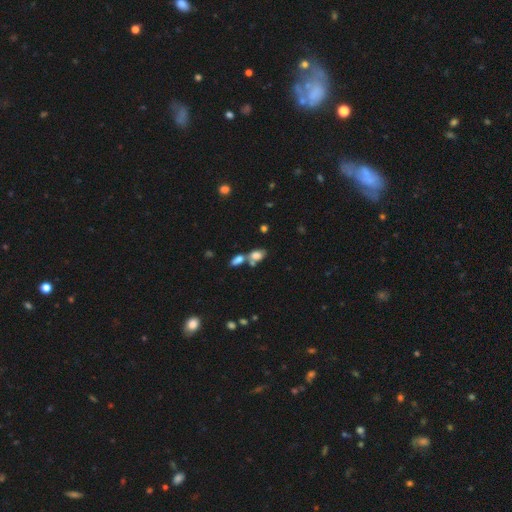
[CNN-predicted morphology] smooth-or-featured: smooth: 75% | featured or disk: 14% | star or artifact: 12%
  how-rounded: in between: 83% | round: 12% | cigar-shaped: 5%
  merging: merger: 53% | none: 32% | minor disturbance: 10% | major disturbance: 5%